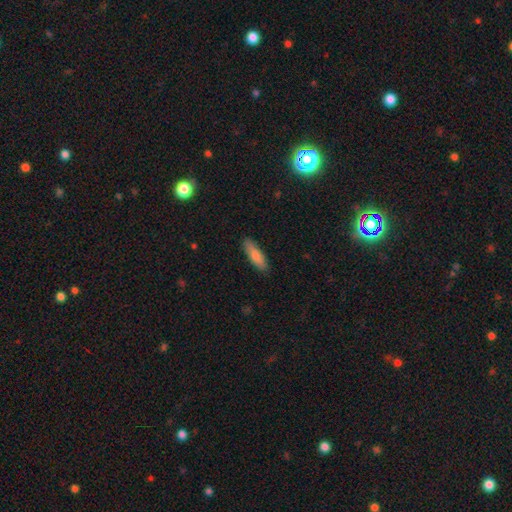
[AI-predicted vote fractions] This appears to be a smooth galaxy with no disk features (83%) that is cigar-shaped (51%). Merging: none (87%).